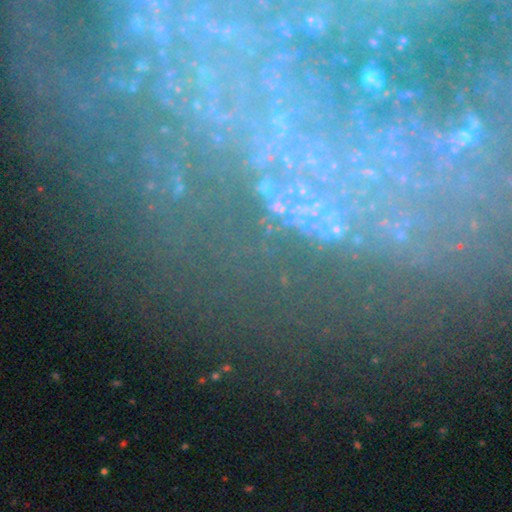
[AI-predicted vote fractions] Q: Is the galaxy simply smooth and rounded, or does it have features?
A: star or artifact — 53%.